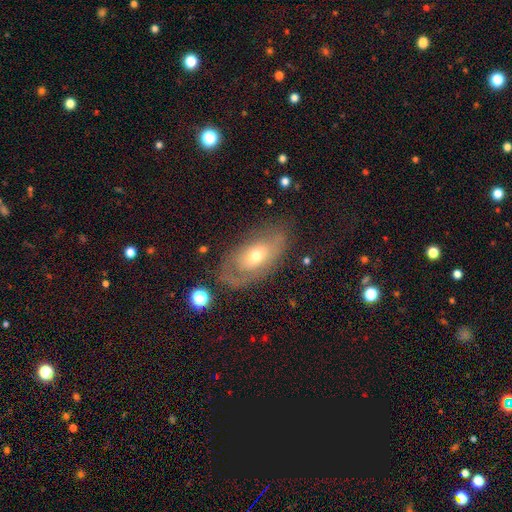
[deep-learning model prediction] Smooth or featured?
  - featured or disk: 53% *
  - smooth: 39%
  - star or artifact: 8%
Edge-on disk?
  - no: 87% *
  - yes: 13%
Merging?
  - none: 63% *
  - minor disturbance: 22%
  - major disturbance: 12%
  - merger: 2%